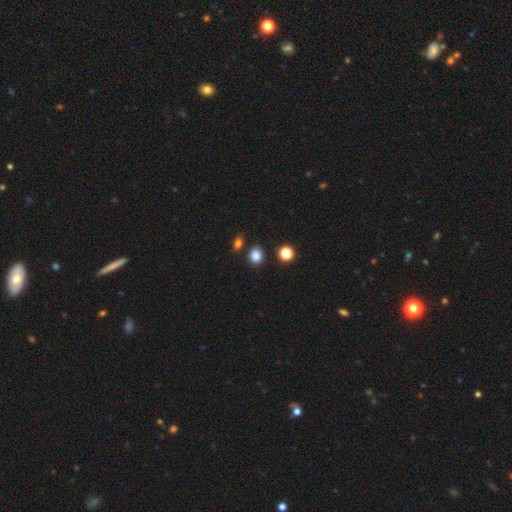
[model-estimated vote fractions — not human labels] A smooth galaxy with no disk features (83%) that is round (68%).

Vote fractions:
- Smooth or featured? smooth: 83% / star or artifact: 13% / featured or disk: 5%
- How rounded? round: 68% / in between: 31% / cigar-shaped: 1%
- Merging? none: 82% / minor disturbance: 9% / merger: 7% / major disturbance: 3%